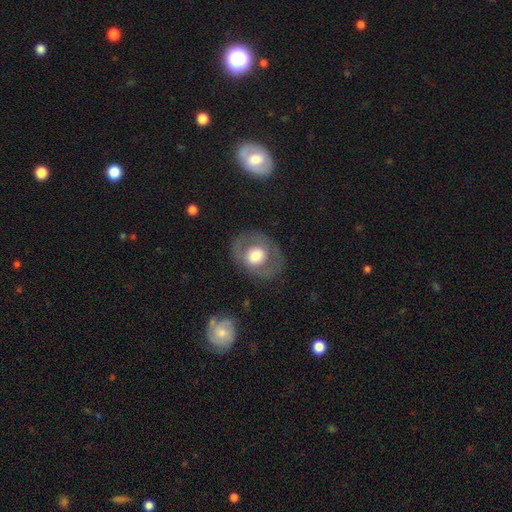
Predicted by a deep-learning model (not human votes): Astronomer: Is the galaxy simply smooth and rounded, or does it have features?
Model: smooth — 52% (runner-up: featured or disk, 41%).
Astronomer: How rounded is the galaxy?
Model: round — 52% (runner-up: in between, 47%).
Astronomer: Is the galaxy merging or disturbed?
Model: none — 76%.